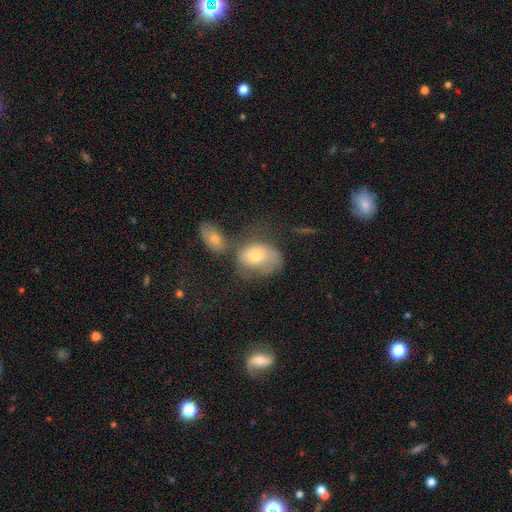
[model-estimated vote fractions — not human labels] A smooth galaxy with no disk features (61%) that is in between round and cigar-shaped (71%).

Vote fractions:
- Smooth or featured? smooth: 61% / featured or disk: 30% / star or artifact: 9%
- How rounded? in between: 71% / round: 27% / cigar-shaped: 1%
- Merging? merger: 35% / none: 24% / major disturbance: 23% / minor disturbance: 18%